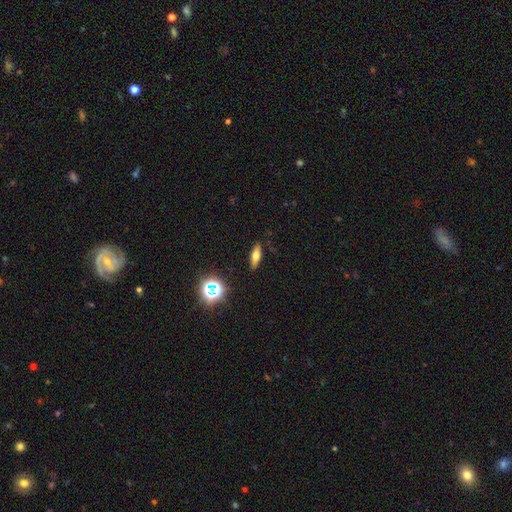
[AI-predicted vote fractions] smooth 60%, featured or disk 27%, star or artifact 14%. Down the decision tree: how rounded — in between (51%); merging — none (87%).